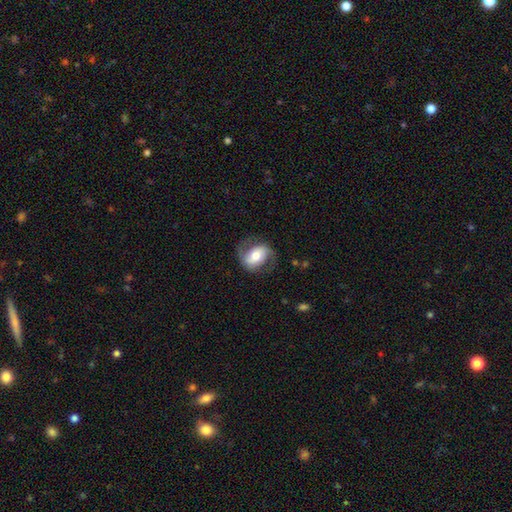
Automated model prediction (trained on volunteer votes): Q: Smooth or featured?
A: featured or disk (59%); runner-up: smooth (35%)
Q: Edge-on disk?
A: no (95%); runner-up: yes (5%)
Q: Bar?
A: no (38%); runner-up: weak (31%)
Q: Spiral arms?
A: yes (81%); runner-up: no (19%)
Q: Bulge size?
A: moderate (62%); runner-up: large (17%)
Q: Merging?
A: none (70%); runner-up: minor disturbance (18%)